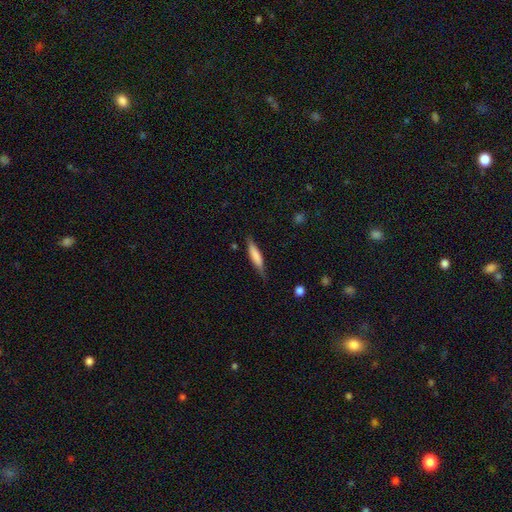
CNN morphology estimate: This appears to be a smooth galaxy with no disk features (66%) that is cigar-shaped (81%). Merging: none (76%).